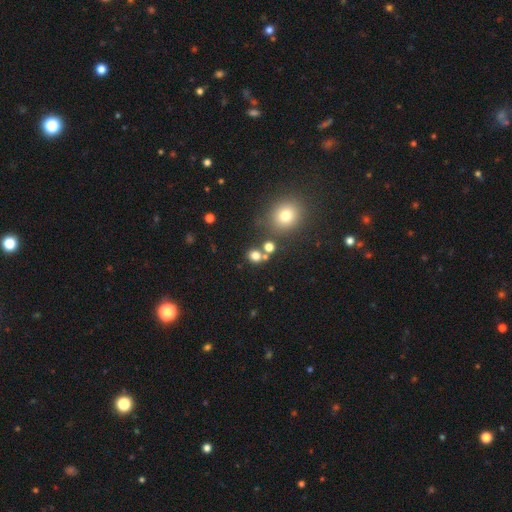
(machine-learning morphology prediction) Smooth or featured? smooth (74%)
How rounded? round (79%)
Merging? none (70%)